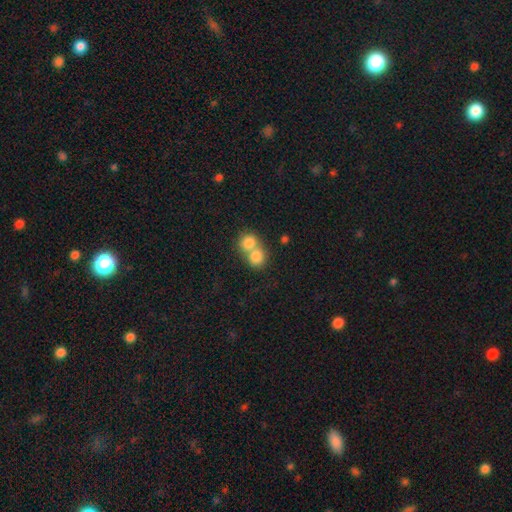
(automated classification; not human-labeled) Smooth or featured? smooth (80%)
How rounded? round (78%)
Merging? merger (64%)